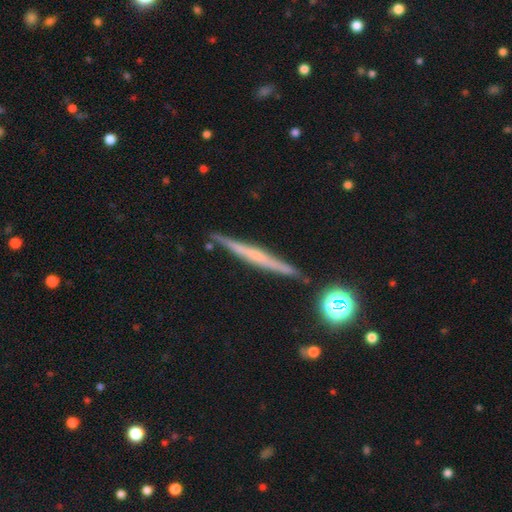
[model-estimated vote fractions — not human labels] Smooth or featured: featured or disk — 59% (smooth — 32%)
Edge-on disk: yes — 97% (no — 3%)
Edge-on bulge: none — 71% (rounded — 19%)
Merging: none — 88% (minor disturbance — 8%)